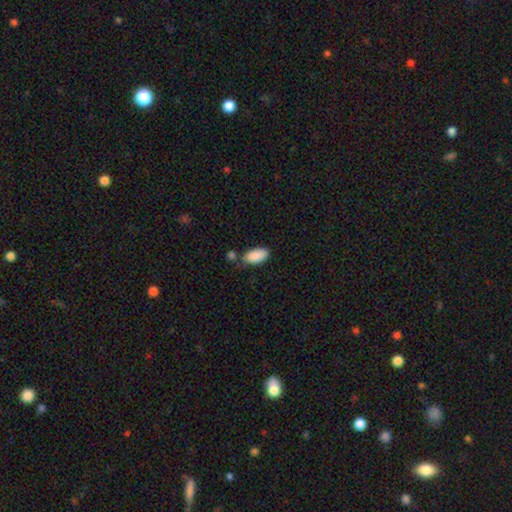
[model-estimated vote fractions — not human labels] Smooth or featured? smooth (90%)
How rounded? in between (94%)
Merging? none (66%)